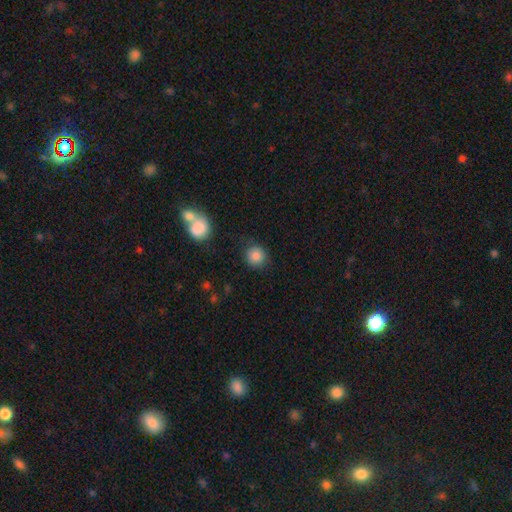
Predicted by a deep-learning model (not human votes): This is clearly a smooth galaxy (85%). How rounded: clearly round (91%). Merging: clearly none (86%).